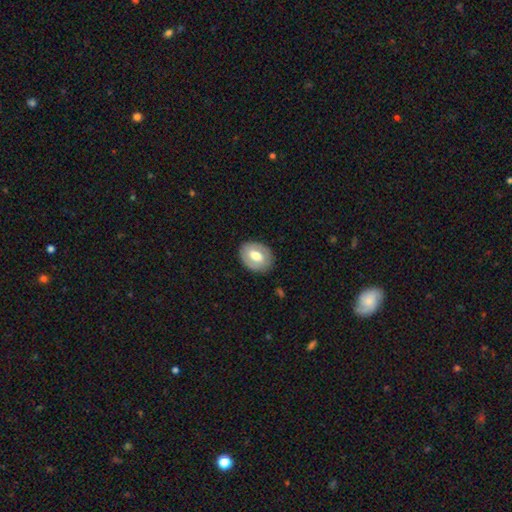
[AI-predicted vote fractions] This is possibly a smooth galaxy (55%). How rounded: likely in between (67%). Merging: clearly none (85%).